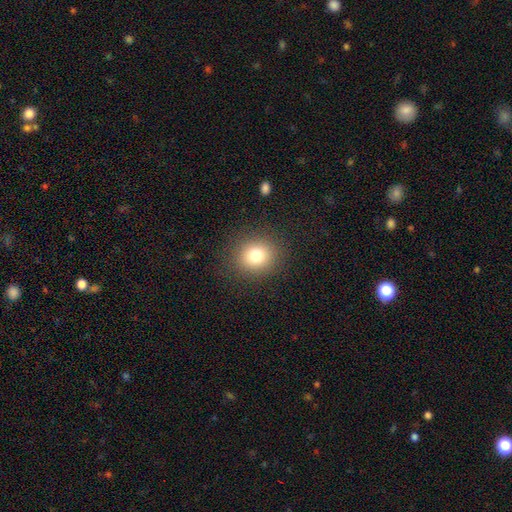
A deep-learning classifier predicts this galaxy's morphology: A smooth galaxy with no disk features (78%) that is round (83%). Merging: none (89%).